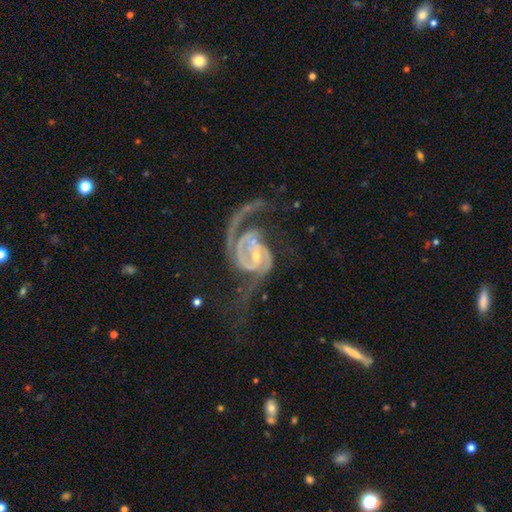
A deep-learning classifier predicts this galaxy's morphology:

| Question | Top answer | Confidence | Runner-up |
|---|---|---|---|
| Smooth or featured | featured or disk | 92% | star or artifact (4%) |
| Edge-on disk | no | 98% | yes (2%) |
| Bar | weak | 39% | no (37%) |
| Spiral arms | yes | 97% | no (3%) |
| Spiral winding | medium | 47% | loose (27%) |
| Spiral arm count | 2 | 80% | 1 (6%) |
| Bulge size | small | 68% | moderate (28%) |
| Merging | none | 41% | major disturbance (36%) |